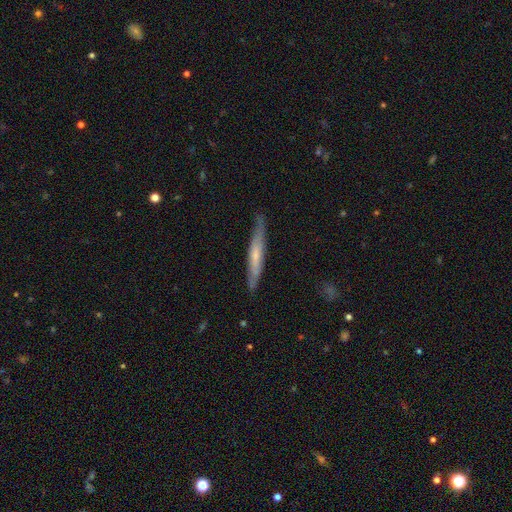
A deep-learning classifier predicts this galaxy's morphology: A featured or disk galaxy (51%) viewed edge-on (85%).

Vote fractions:
- Smooth or featured? featured or disk: 51% / smooth: 44% / star or artifact: 5%
- Edge-on disk? yes: 85% / no: 15%
- Merging? none: 81% / minor disturbance: 15% / major disturbance: 3% / merger: 1%